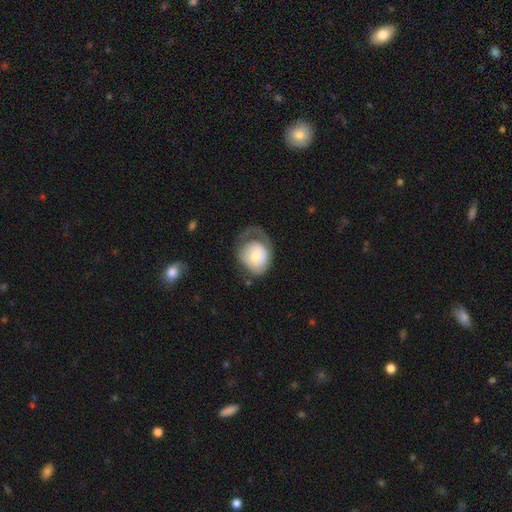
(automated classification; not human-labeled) A smooth galaxy with no disk features (50%). Merging: major disturbance (42%).